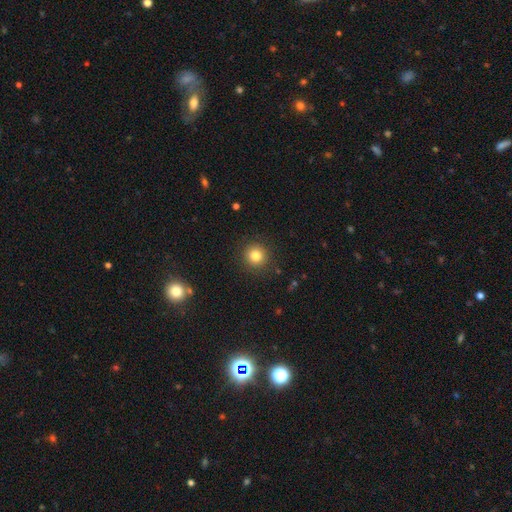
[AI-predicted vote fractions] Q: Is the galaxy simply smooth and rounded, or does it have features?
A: smooth — 82%.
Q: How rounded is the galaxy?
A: round — 94%.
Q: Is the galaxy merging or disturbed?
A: none — 91%.